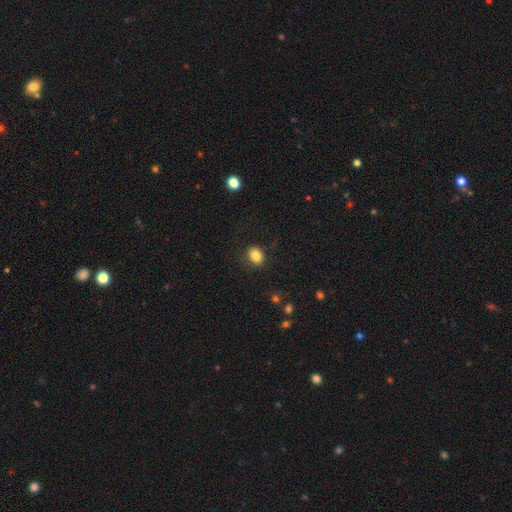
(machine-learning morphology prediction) Smooth or featured? Predicted: smooth (p=0.84). How rounded? Predicted: in between (p=0.63). Merging? Predicted: none (p=0.84).